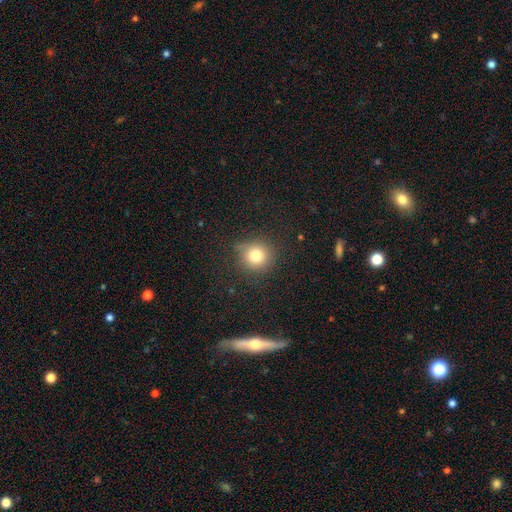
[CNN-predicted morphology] smooth_or_featured: smooth (p=0.78) [alt: star or artifact p=0.13]
how_rounded: round (p=0.92) [alt: in between p=0.07]
merging: none (p=0.83) [alt: minor disturbance p=0.12]